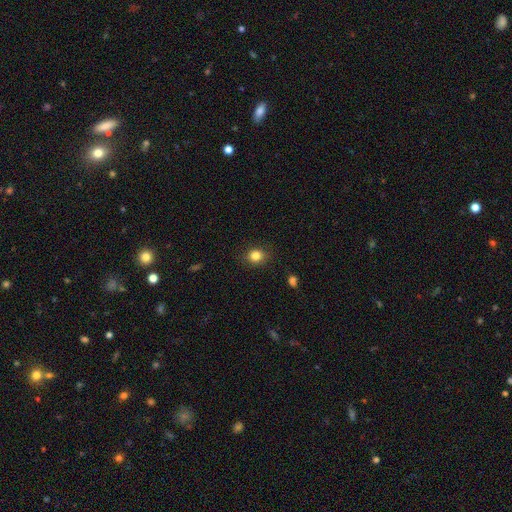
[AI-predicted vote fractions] Morphology: type=smooth (83%); roundness=round (73%); merging=none (87%).